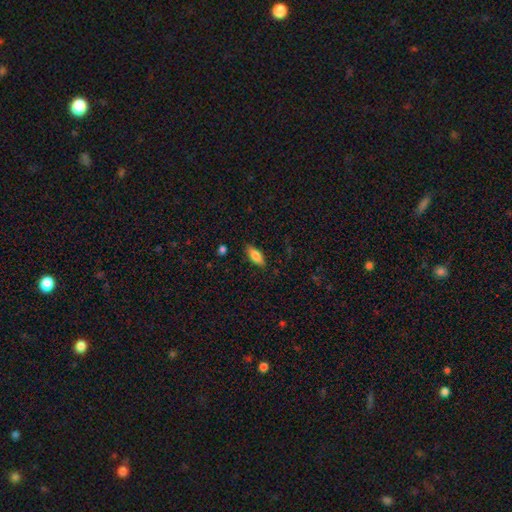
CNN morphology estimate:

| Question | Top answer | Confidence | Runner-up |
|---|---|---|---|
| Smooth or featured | smooth | 78% | featured or disk (15%) |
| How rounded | in between | 76% | cigar-shaped (21%) |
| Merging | none | 85% | minor disturbance (11%) |